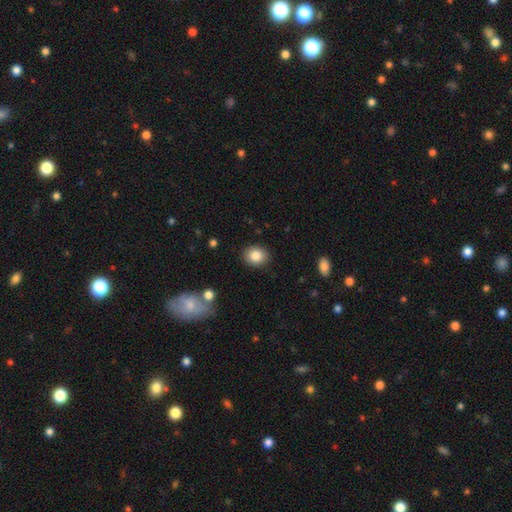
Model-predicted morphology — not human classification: A smooth galaxy with no disk features (85%) that is round (64%). Merging: none (89%).